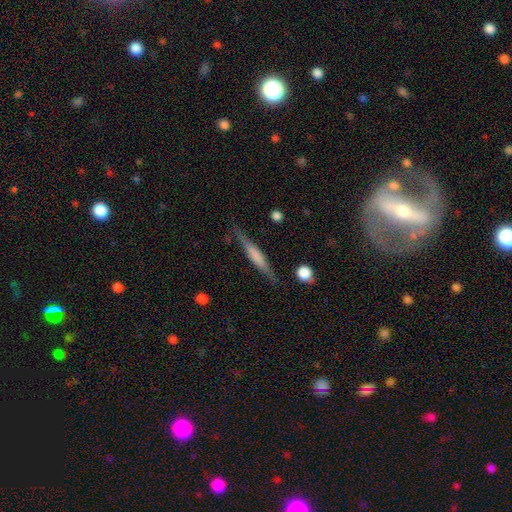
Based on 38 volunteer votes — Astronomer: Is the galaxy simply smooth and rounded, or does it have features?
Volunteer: featured or disk — 61% (runner-up: smooth, 37%).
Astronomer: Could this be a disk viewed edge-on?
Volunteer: yes — 91%.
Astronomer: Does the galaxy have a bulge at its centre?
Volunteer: boxy — 57%.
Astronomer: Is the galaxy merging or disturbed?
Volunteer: none — 73%.